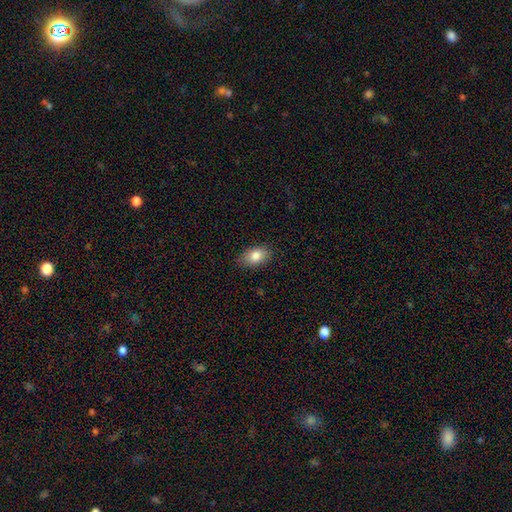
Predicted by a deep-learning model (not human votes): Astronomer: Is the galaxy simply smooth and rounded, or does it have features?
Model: smooth — 84%.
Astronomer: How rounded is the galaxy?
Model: in between — 89%.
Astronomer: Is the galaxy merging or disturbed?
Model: none — 85%.